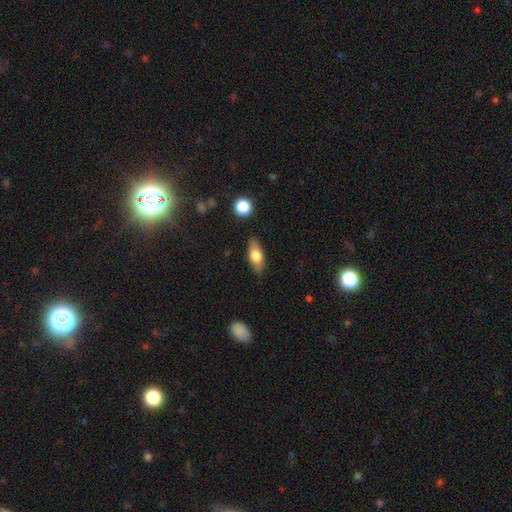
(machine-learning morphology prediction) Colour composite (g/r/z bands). It shows a smooth galaxy with no disk features (68%) that is in between round and cigar-shaped (79%). Merging: none (82%).